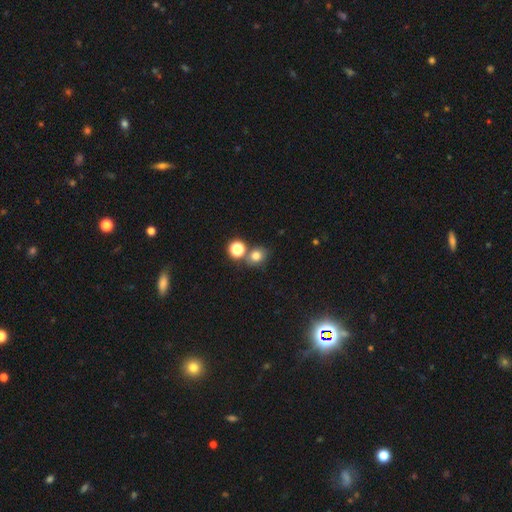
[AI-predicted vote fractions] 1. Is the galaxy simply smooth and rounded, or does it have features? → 76% smooth, 17% star or artifact, 8% featured or disk.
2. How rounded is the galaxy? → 71% round, 28% in between, 1% cigar-shaped.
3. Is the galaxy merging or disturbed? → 66% none, 21% merger, 10% minor disturbance, 4% major disturbance.